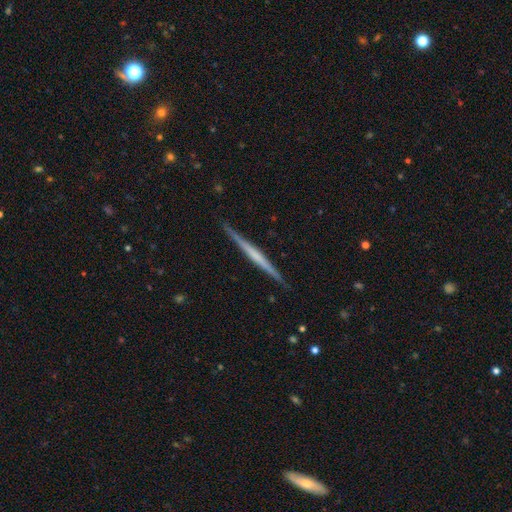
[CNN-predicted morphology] A featured or disk galaxy (67%) viewed edge-on (98%) with no central bulge (67%). Merging: none (91%).